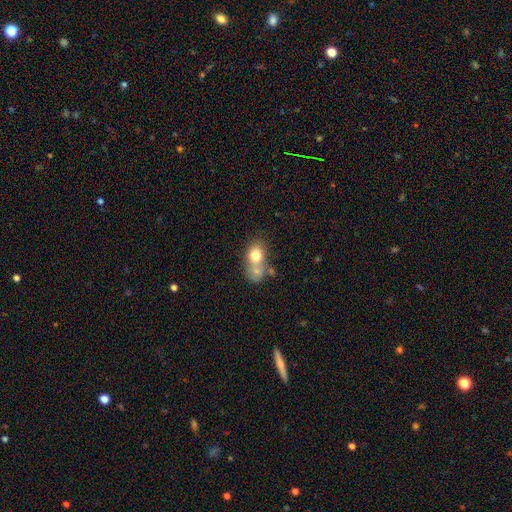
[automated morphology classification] The model was most divided on "how rounded": in between: 59%, round: 39%, cigar-shaped: 2%. More confident: smooth or featured — smooth (73%); merging — merger (55%).